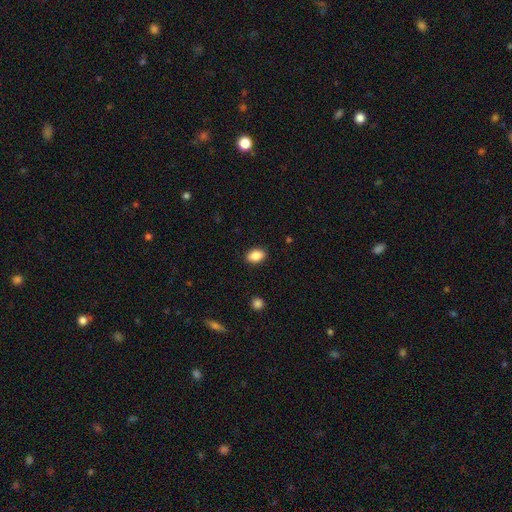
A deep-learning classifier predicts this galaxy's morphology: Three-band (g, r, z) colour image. It shows a smooth galaxy with no disk features (88%) that is in between round and cigar-shaped (87%). Merging: none (89%).